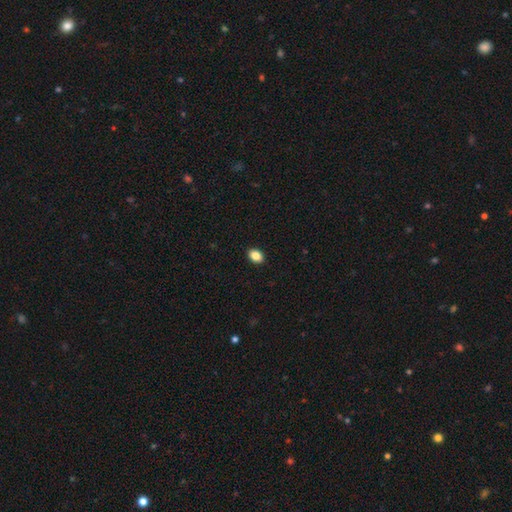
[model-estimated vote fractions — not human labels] Smooth or featured?
  - smooth: 85% *
  - star or artifact: 9%
  - featured or disk: 6%
How rounded?
  - in between: 78% *
  - round: 21%
  - cigar-shaped: 1%
Merging?
  - none: 91% *
  - minor disturbance: 6%
  - major disturbance: 2%
  - merger: 1%